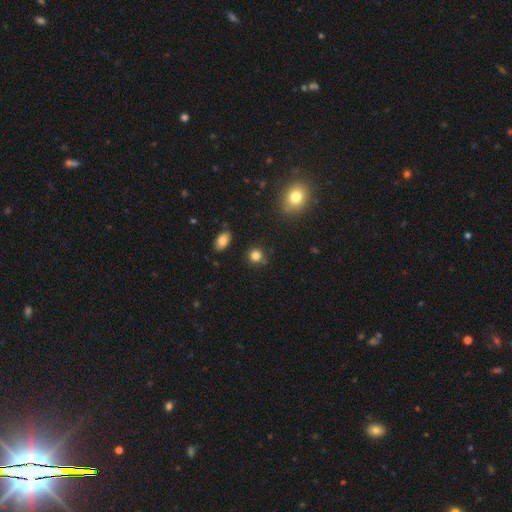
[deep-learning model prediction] A smooth galaxy with no disk features (82%) that is round (88%). Merging: none (83%).